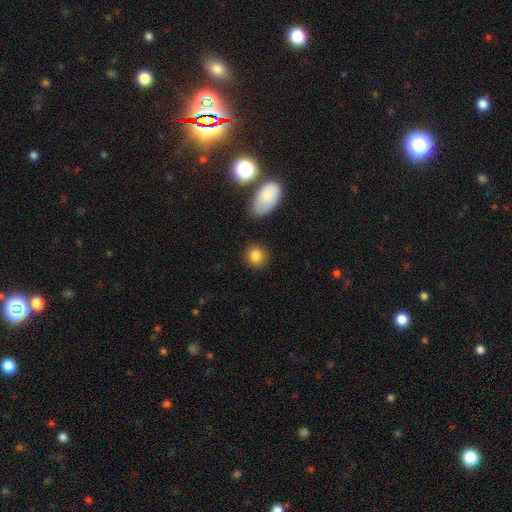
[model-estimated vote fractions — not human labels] Smooth or featured?
  - smooth: 85% *
  - star or artifact: 9%
  - featured or disk: 6%
How rounded?
  - round: 85% *
  - in between: 13%
  - cigar-shaped: 1%
Merging?
  - none: 87% *
  - minor disturbance: 8%
  - merger: 3%
  - major disturbance: 3%